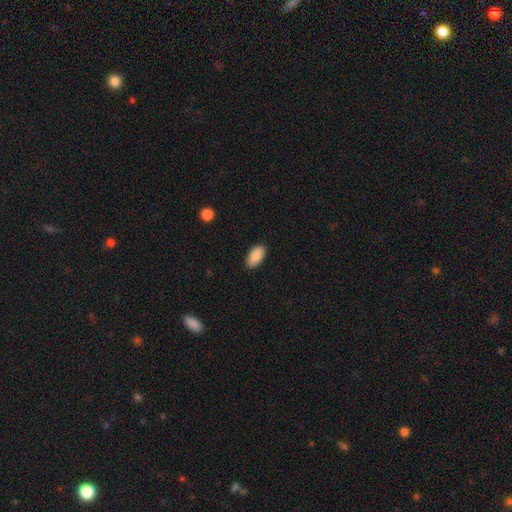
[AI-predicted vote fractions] Morphology: type=smooth (88%); roundness=in between (94%); merging=none (89%).